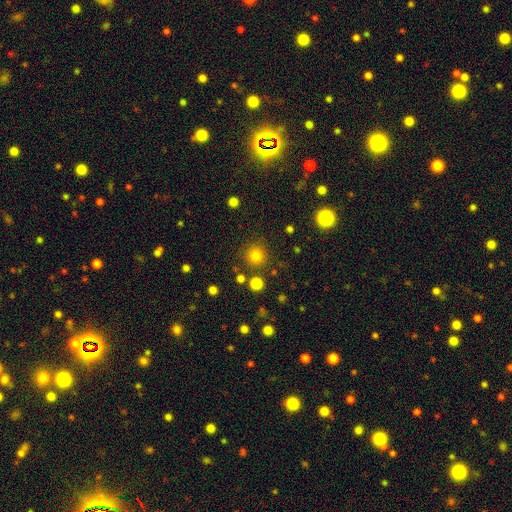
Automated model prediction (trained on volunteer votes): smooth_or_featured: smooth (p=0.81) [alt: star or artifact p=0.14]
how_rounded: round (p=0.94) [alt: in between p=0.05]
merging: none (p=0.86) [alt: minor disturbance p=0.07]